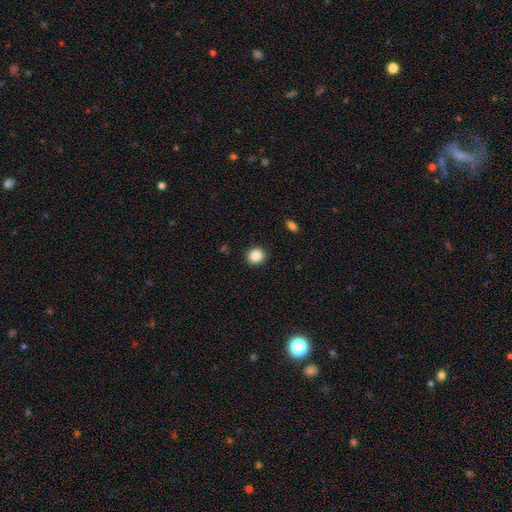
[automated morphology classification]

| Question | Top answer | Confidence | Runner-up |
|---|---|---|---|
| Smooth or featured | smooth | 87% | star or artifact (10%) |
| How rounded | round | 87% | in between (12%) |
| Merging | none | 91% | minor disturbance (6%) |